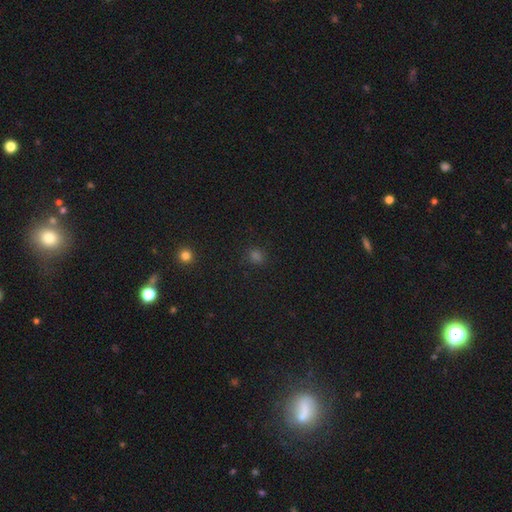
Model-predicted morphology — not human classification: The model was most divided on "smooth or featured": smooth: 67%, star or artifact: 29%, featured or disk: 4%. More confident: merging — none (87%); how rounded — round (82%).